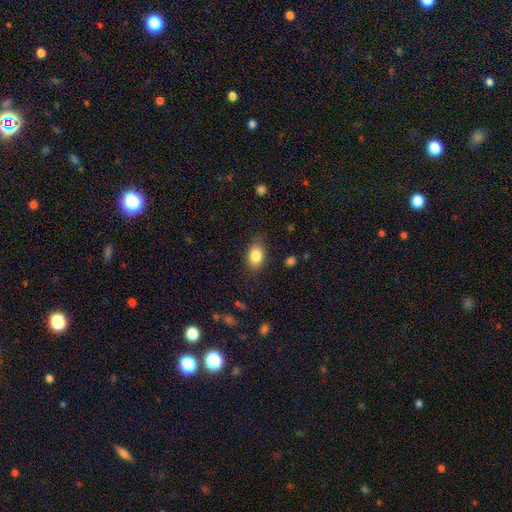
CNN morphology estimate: Smooth or featured? smooth (85%)
How rounded? in between (83%)
Merging? none (83%)